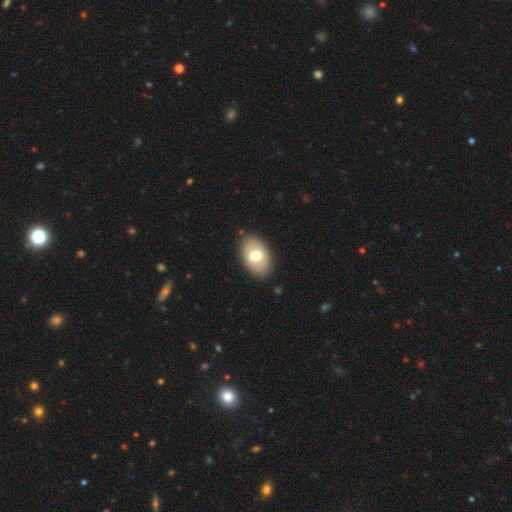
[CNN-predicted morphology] smooth-or-featured: smooth: 67% | featured or disk: 27% | star or artifact: 6%
  how-rounded: in between: 90% | round: 9% | cigar-shaped: 1%
  merging: none: 87% | minor disturbance: 9% | major disturbance: 2% | merger: 1%